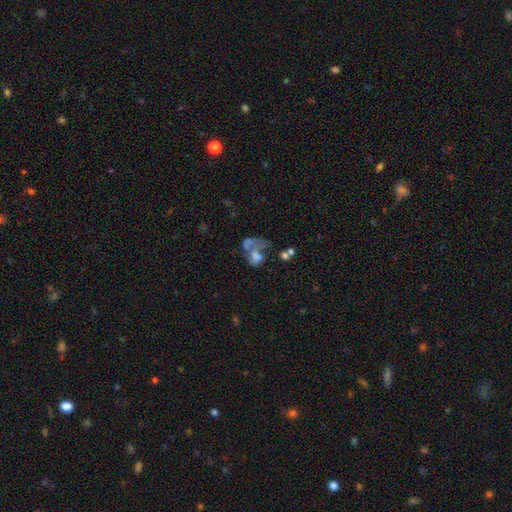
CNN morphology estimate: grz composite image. It shows a smooth galaxy with no disk features (46%). Merging: merger (44%).